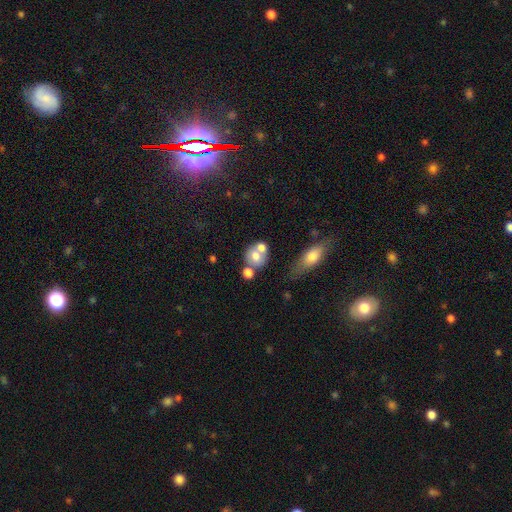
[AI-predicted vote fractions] Smooth or featured: smooth — 66% (featured or disk — 24%)
How rounded: round — 67% (in between — 32%)
Merging: merger — 47% (none — 37%)